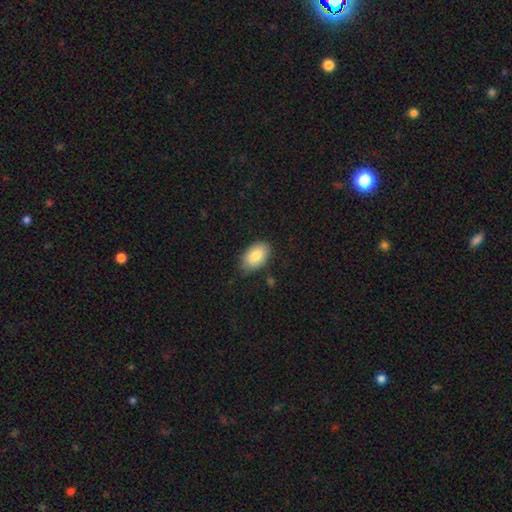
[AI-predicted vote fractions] Smooth or featured? Predicted: smooth (p=0.84). How rounded? Predicted: in between (p=0.93). Merging? Predicted: none (p=0.77).